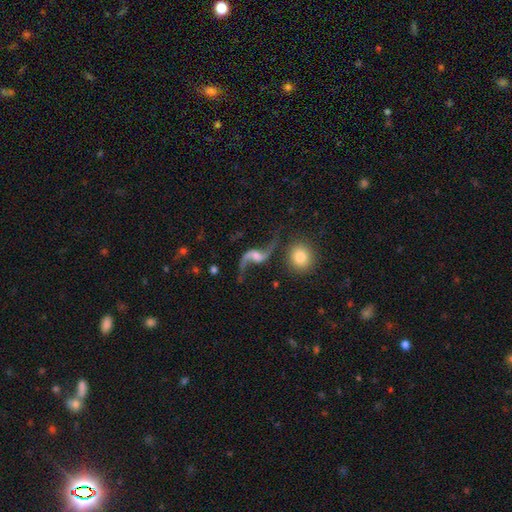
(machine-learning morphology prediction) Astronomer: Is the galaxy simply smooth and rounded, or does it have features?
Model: featured or disk — 89%.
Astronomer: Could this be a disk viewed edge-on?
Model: no — 96%.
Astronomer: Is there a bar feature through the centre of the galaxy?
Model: no — 46% (runner-up: weak, 39%).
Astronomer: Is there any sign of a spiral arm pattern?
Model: yes — 97%.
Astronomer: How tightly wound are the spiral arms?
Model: loose — 92%.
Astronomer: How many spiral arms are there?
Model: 2 — 94%.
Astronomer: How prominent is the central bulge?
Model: moderate — 37% (runner-up: small, 33%).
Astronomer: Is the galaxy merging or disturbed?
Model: none — 67%.